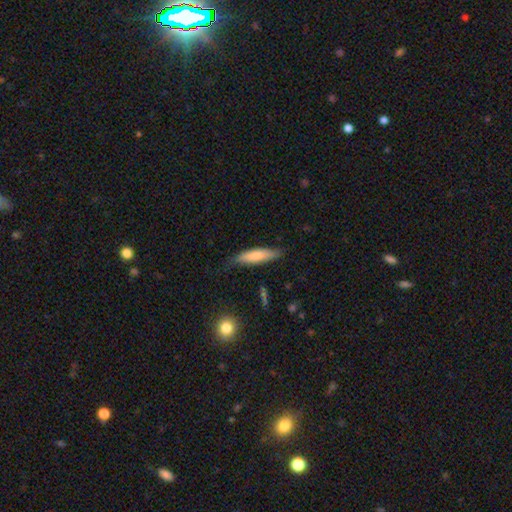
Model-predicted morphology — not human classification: Smooth or featured? smooth (74%)
How rounded? cigar-shaped (71%)
Merging? none (75%)